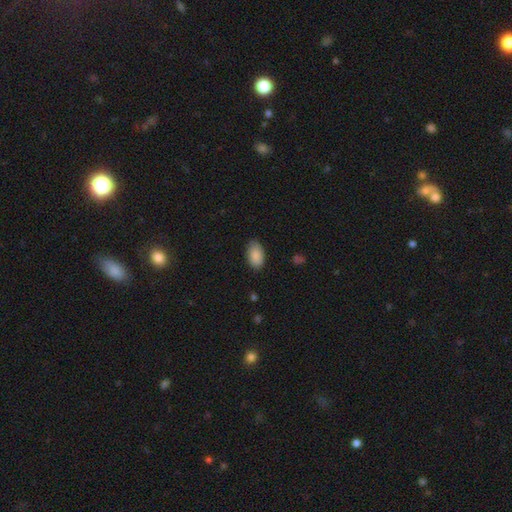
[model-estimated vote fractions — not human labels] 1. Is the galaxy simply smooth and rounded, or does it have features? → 89% smooth, 7% star or artifact, 4% featured or disk.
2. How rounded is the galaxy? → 94% in between, 4% round, 2% cigar-shaped.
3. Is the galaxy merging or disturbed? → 82% none, 14% minor disturbance, 3% major disturbance, 1% merger.